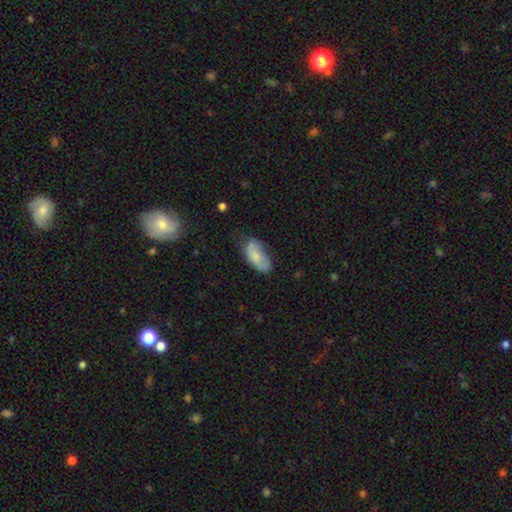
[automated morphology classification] A smooth galaxy with no disk features (66%) that is in between round and cigar-shaped (91%).

Vote fractions:
- Smooth or featured? smooth: 66% / featured or disk: 27% / star or artifact: 7%
- How rounded? in between: 91% / cigar-shaped: 6% / round: 3%
- Merging? none: 48% / minor disturbance: 35% / major disturbance: 14% / merger: 3%